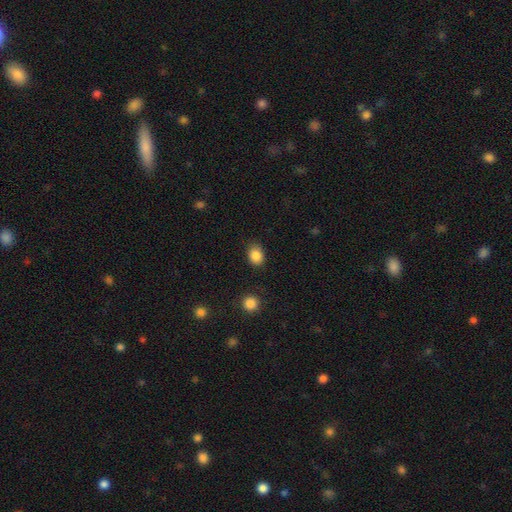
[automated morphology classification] The model was most divided on "how rounded": in between: 60%, round: 39%, cigar-shaped: 1%. More confident: smooth or featured — smooth (87%); merging — none (81%).